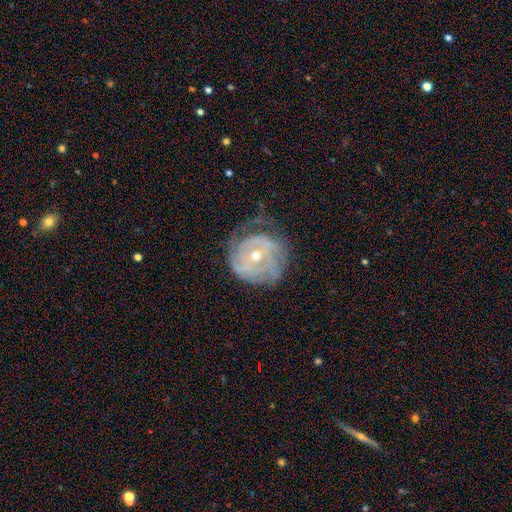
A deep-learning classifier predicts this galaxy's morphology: This appears to be a featured or disk galaxy (81%) with no bar (68%), tight (71%) spiral arms (89%) and a moderate central bulge (50%). Merging: none (58%).